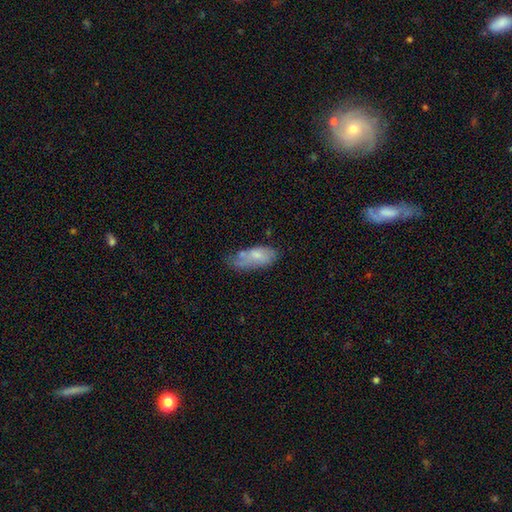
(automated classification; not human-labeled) Smooth or featured: smooth — 63% (featured or disk — 29%)
How rounded: in between — 86% (cigar-shaped — 11%)
Merging: none — 37% (minor disturbance — 33%)